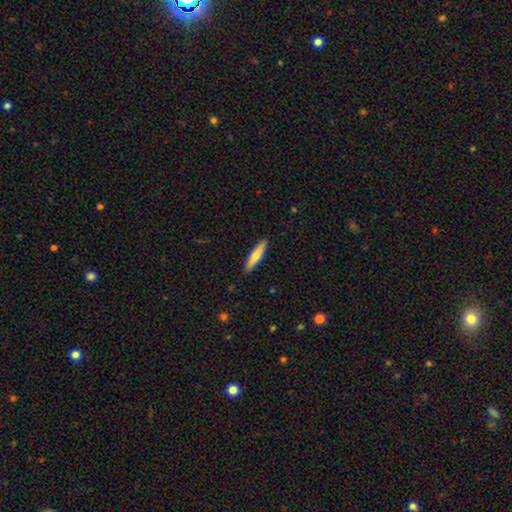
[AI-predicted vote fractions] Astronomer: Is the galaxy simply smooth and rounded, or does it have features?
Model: smooth — 69%.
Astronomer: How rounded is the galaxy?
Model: cigar-shaped — 86%.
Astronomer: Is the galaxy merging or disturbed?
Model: none — 89%.